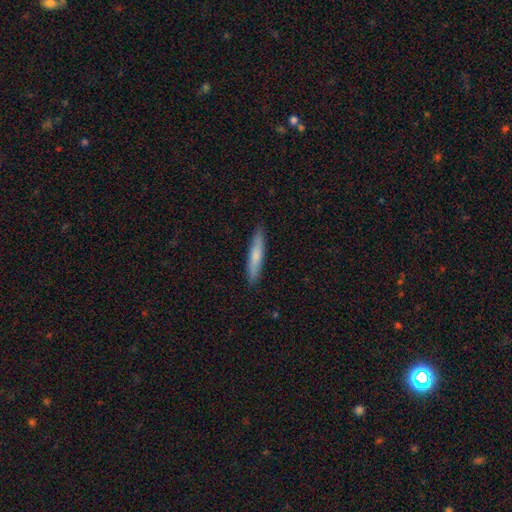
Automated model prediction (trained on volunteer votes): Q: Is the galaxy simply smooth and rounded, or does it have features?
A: smooth — 69%.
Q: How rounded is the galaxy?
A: cigar-shaped — 91%.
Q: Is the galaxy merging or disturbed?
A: none — 90%.